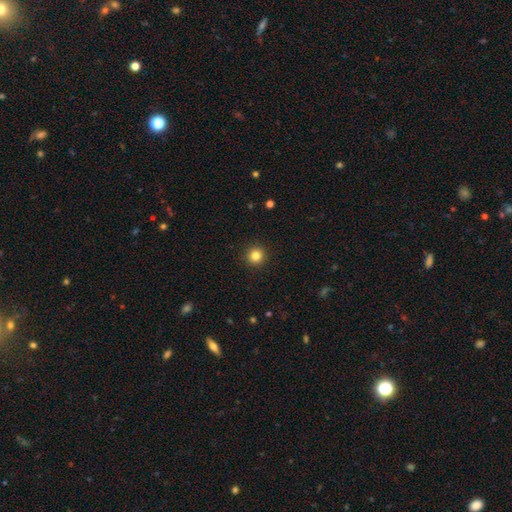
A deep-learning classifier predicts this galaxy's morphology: This is clearly a smooth galaxy (83%). How rounded: clearly round (96%). Merging: clearly none (93%).